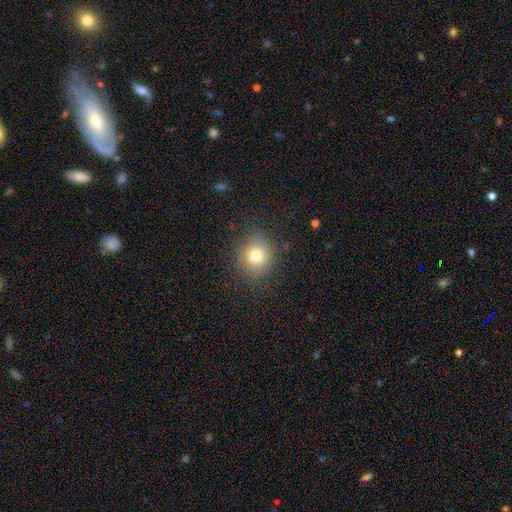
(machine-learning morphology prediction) Q: Smooth or featured?
A: smooth (78%); runner-up: star or artifact (13%)
Q: How rounded?
A: round (85%); runner-up: in between (14%)
Q: Merging?
A: none (85%); runner-up: minor disturbance (10%)